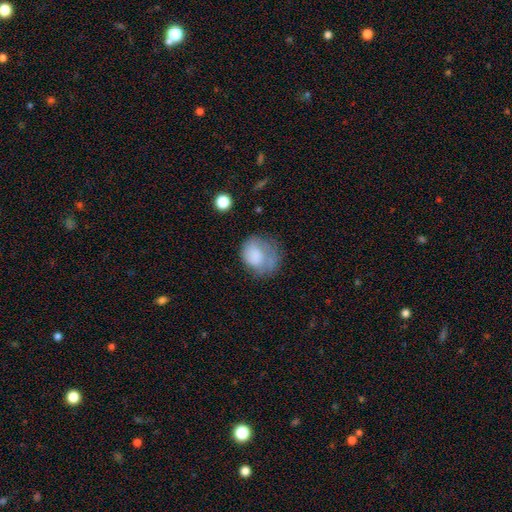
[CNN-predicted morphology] The model was most divided on "merging": none: 36%, major disturbance: 31%, minor disturbance: 30%, merger: 3%. More confident: smooth or featured — smooth (73%); how rounded — round (60%).